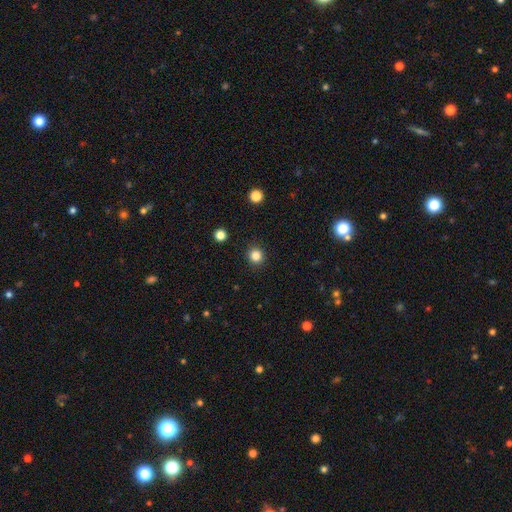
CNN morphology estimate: smooth-or-featured: smooth: 83% | star or artifact: 13% | featured or disk: 4%
  how-rounded: round: 93% | in between: 6% | cigar-shaped: 1%
  merging: none: 92% | minor disturbance: 5% | major disturbance: 2% | merger: 1%